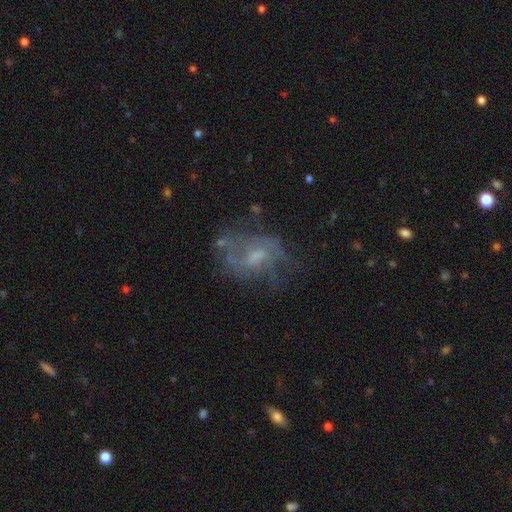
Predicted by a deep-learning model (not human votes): Smooth or featured?
  - featured or disk: 59% *
  - smooth: 24%
  - star or artifact: 17%
Edge-on disk?
  - no: 96% *
  - yes: 4%
Bar?
  - no: 54% *
  - weak: 39%
  - strong: 8%
Spiral arms?
  - yes: 61% *
  - no: 39%
Bulge size?
  - small: 43% *
  - moderate: 35%
  - none: 16%
  - large: 4%
  - dominant: 1%
Merging?
  - none: 57% *
  - minor disturbance: 20%
  - major disturbance: 19%
  - merger: 4%